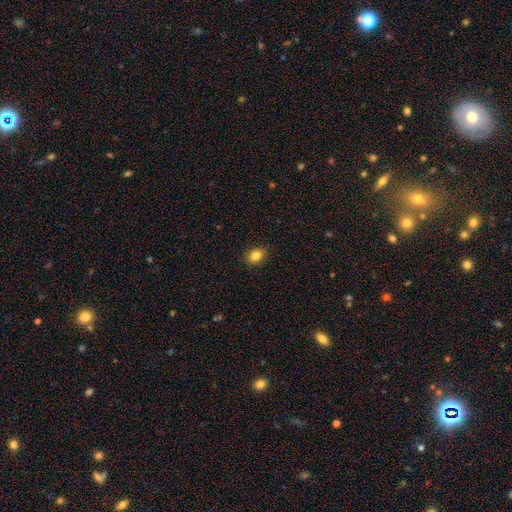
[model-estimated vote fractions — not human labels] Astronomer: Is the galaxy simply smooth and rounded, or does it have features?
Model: smooth — 84%.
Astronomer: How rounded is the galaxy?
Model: in between — 60% (runner-up: round, 39%).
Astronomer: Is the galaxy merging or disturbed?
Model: none — 90%.